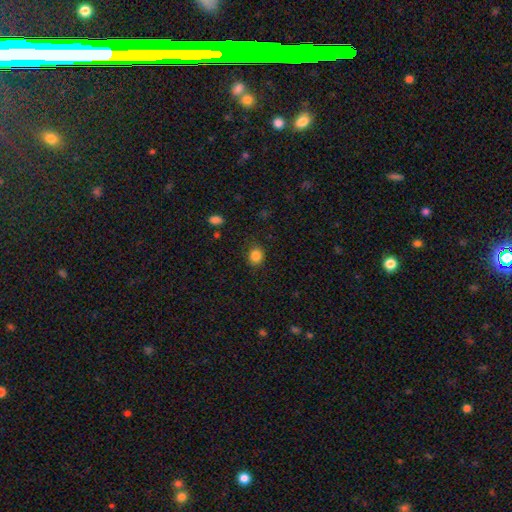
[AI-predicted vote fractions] The model was most divided on "how rounded": round: 74%, in between: 25%, cigar-shaped: 1%. More confident: merging — none (86%); smooth or featured — smooth (85%).